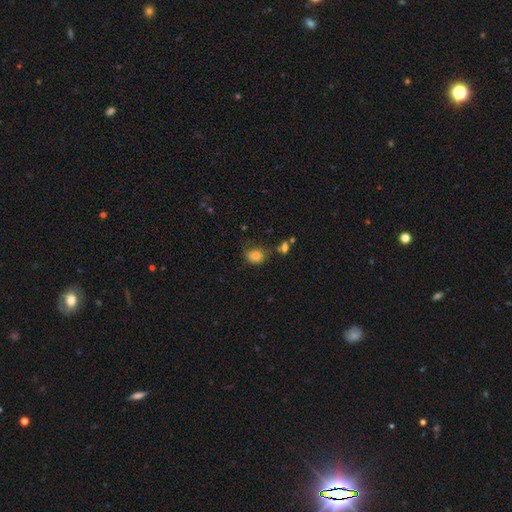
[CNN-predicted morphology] This is clearly a smooth galaxy (83%). How rounded: possibly in between (51%). Merging: likely none (61%).